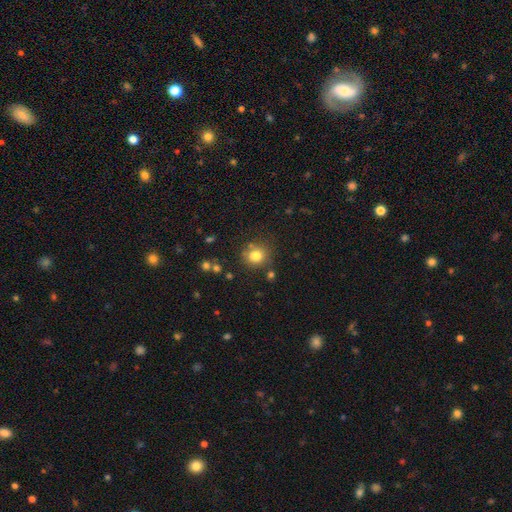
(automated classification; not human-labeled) smooth 80%, star or artifact 12%, featured or disk 8%. Down the decision tree: how rounded — round (78%); merging — none (76%).